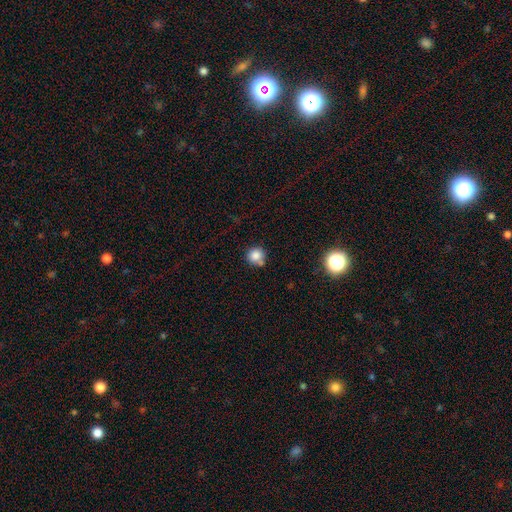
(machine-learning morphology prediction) This is clearly a smooth galaxy (83%). How rounded: clearly round (92%). Merging: likely none (70%).